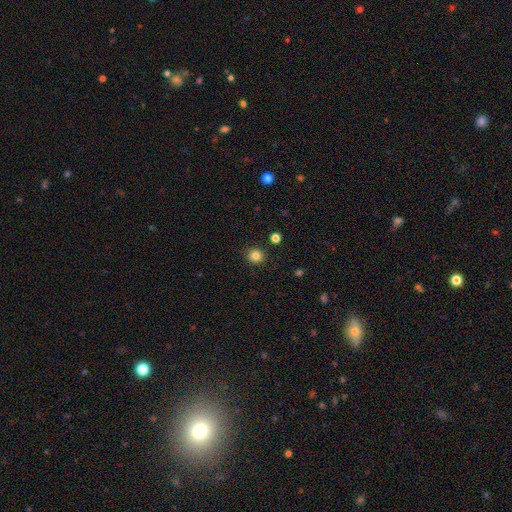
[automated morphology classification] smooth_or_featured: smooth (p=0.83) [alt: star or artifact p=0.12]
how_rounded: round (p=0.88) [alt: in between p=0.12]
merging: none (p=0.89) [alt: minor disturbance p=0.07]